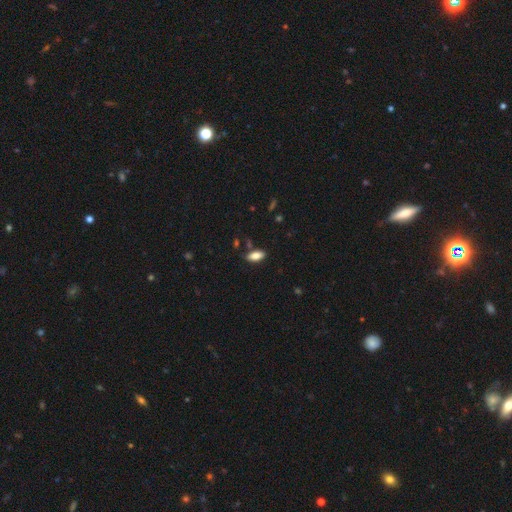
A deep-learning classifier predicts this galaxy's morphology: The model was most divided on "merging": none: 83%, minor disturbance: 11%, merger: 3%, major disturbance: 2%. More confident: how rounded — in between (86%); smooth or featured — smooth (83%).